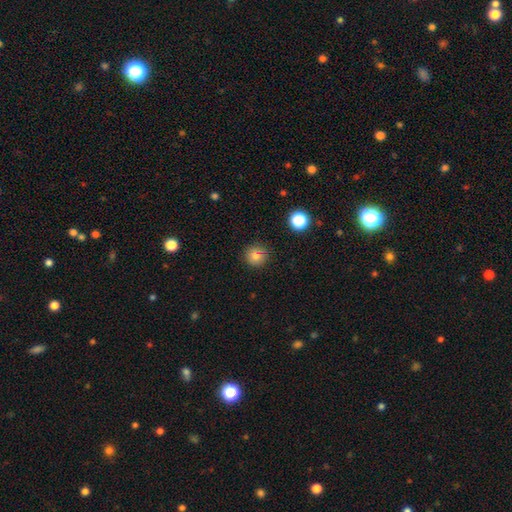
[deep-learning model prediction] Smooth or featured? Predicted: smooth (p=0.81). How rounded? Predicted: round (p=0.93). Merging? Predicted: none (p=0.89).